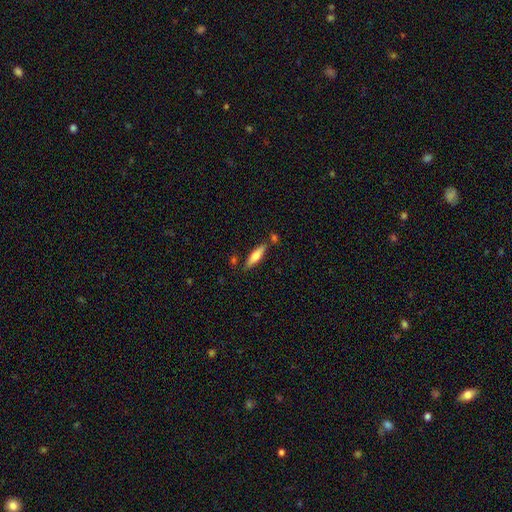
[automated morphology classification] type=smooth (60%); roundness=cigar-shaped (67%); merging=none (79%).